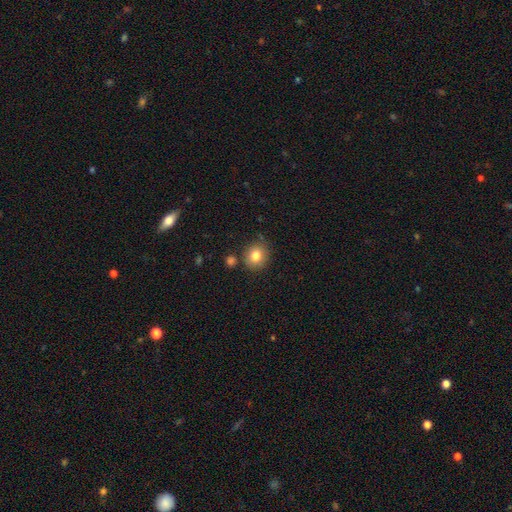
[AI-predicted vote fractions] smooth_or_featured: smooth (p=0.81) [alt: star or artifact p=0.10]
how_rounded: round (p=0.78) [alt: in between p=0.21]
merging: none (p=0.79) [alt: minor disturbance p=0.13]